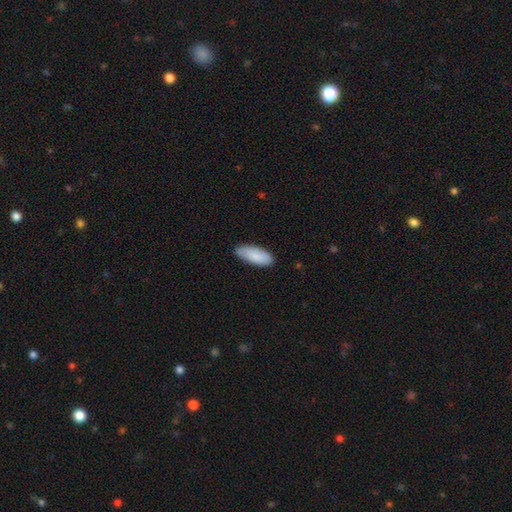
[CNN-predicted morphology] type=smooth (87%); roundness=in between (80%); merging=none (79%).